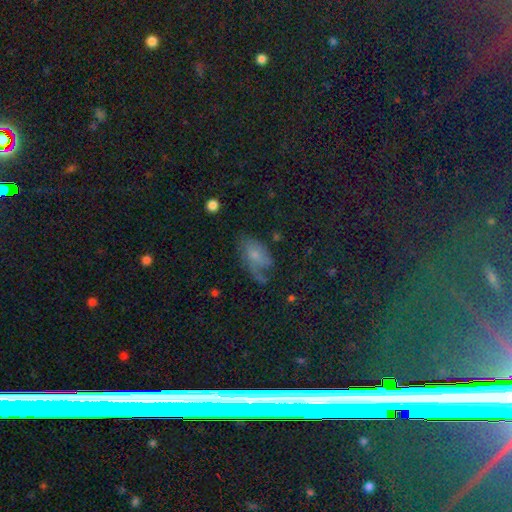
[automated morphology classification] smooth-or-featured: smooth: 51% | featured or disk: 31% | star or artifact: 18%
  how-rounded: in between: 87% | round: 10% | cigar-shaped: 3%
  merging: none: 42% | minor disturbance: 28% | major disturbance: 26% | merger: 4%